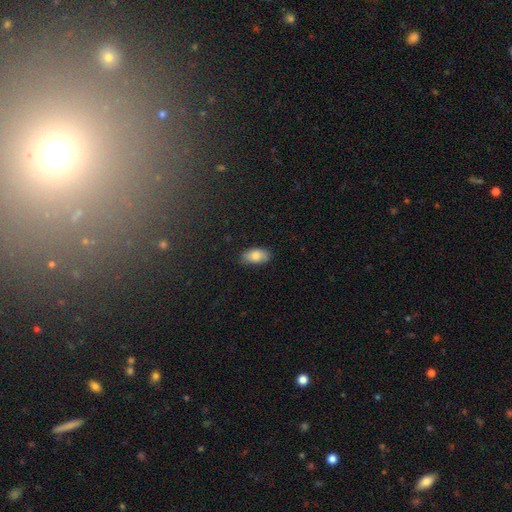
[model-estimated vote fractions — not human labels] The model was most divided on "merging": none: 81%, minor disturbance: 15%, major disturbance: 3%, merger: 1%. More confident: how rounded — in between (93%); smooth or featured — smooth (83%).